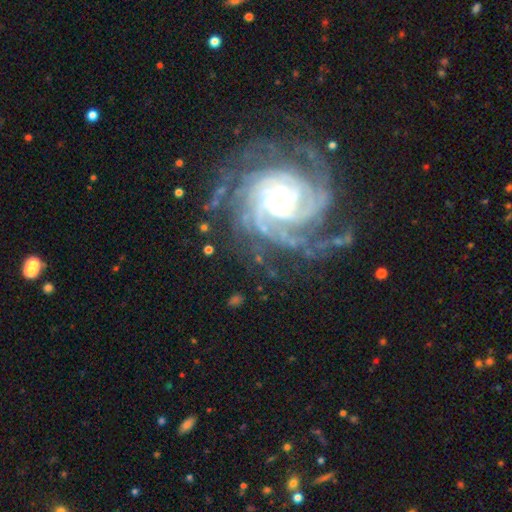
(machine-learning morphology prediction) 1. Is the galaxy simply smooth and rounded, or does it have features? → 91% featured or disk, 6% star or artifact, 4% smooth.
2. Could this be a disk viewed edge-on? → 98% no, 2% yes.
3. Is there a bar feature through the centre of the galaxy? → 52% no, 32% weak, 16% strong.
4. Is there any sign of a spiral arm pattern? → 98% yes, 2% no.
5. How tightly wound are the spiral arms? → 76% tight, 21% medium, 3% loose.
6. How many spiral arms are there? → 27% 4, 20% 3, 17% can't tell, 16% more than 4, 11% 2, 8% 1.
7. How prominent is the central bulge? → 47% moderate, 44% small, 7% large, 1% none, 1% dominant.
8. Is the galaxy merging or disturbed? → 73% none, 16% minor disturbance, 9% major disturbance, 2% merger.